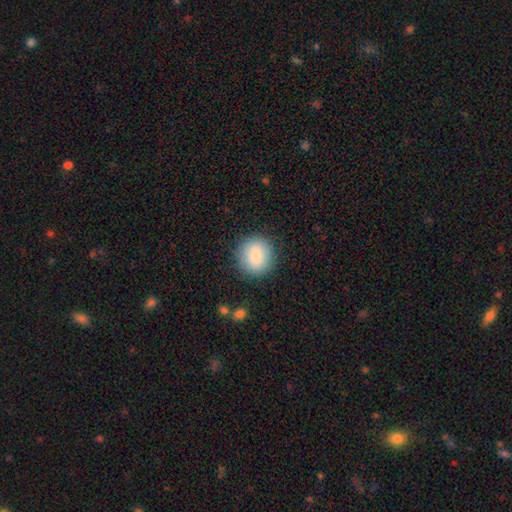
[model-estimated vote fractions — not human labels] Smooth or featured? Predicted: smooth (p=0.86). How rounded? Predicted: round (p=0.91). Merging? Predicted: none (p=0.89).